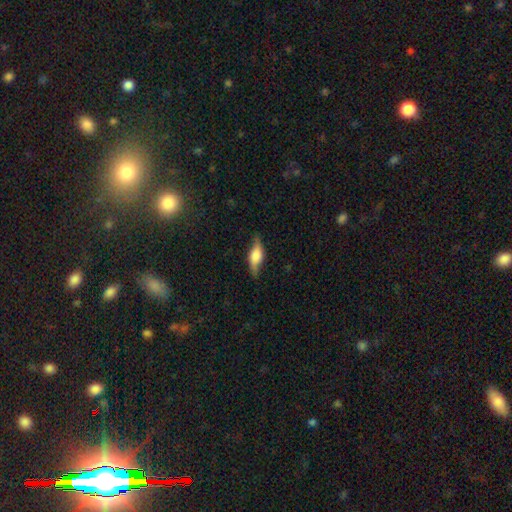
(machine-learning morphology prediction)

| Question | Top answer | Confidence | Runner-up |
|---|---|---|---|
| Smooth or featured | featured or disk | 49% | smooth (44%) |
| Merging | none | 74% | minor disturbance (19%) |